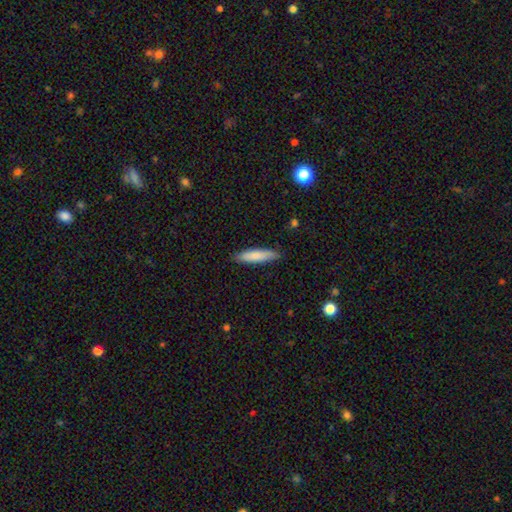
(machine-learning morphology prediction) smooth-or-featured: smooth: 81% | featured or disk: 14% | star or artifact: 6%
  how-rounded: cigar-shaped: 82% | in between: 17% | round: 1%
  merging: none: 88% | minor disturbance: 9% | major disturbance: 2% | merger: 1%